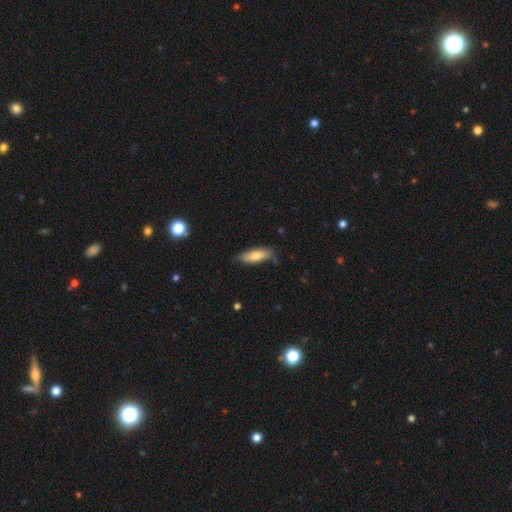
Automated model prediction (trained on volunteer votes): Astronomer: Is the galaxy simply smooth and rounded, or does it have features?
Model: smooth — 74%.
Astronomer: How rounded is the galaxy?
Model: in between — 62%.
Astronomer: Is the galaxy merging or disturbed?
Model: none — 72%.